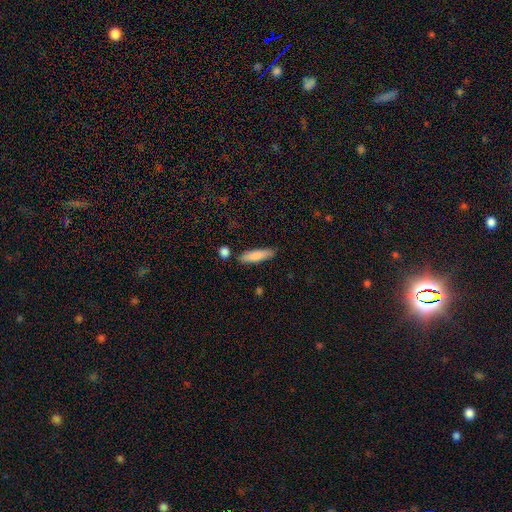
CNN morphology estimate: Q: Smooth or featured?
A: smooth (80%); runner-up: featured or disk (14%)
Q: How rounded?
A: cigar-shaped (69%); runner-up: in between (29%)
Q: Merging?
A: none (82%); runner-up: minor disturbance (11%)